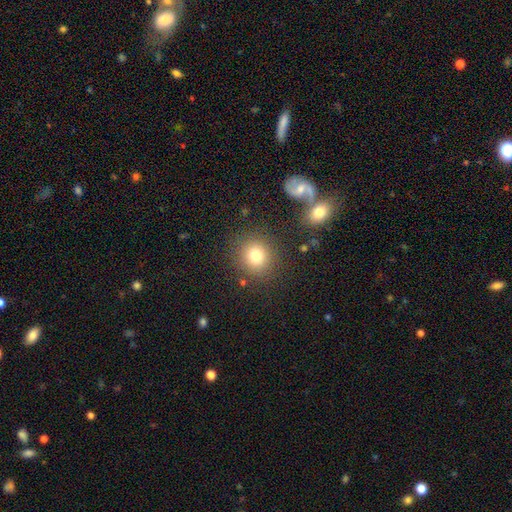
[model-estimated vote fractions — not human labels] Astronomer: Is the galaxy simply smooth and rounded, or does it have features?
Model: smooth — 79%.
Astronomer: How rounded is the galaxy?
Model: round — 87%.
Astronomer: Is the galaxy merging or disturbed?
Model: none — 84%.